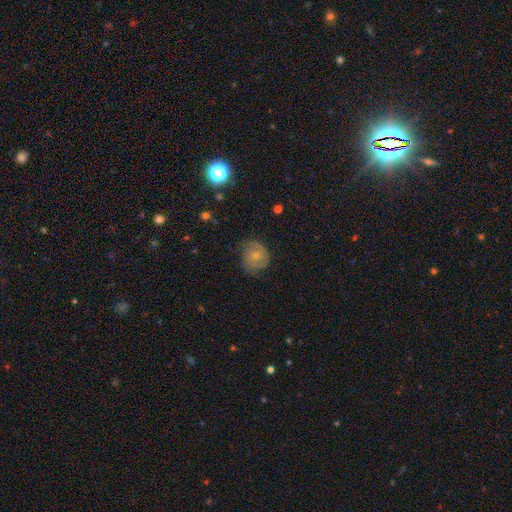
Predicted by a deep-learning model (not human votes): featured or disk 52%, smooth 40%, star or artifact 8%. Down the decision tree: edge-on disk — no (97%); bar — no (79%); spiral arms — yes (81%); bulge size — small (60%); merging — none (64%).